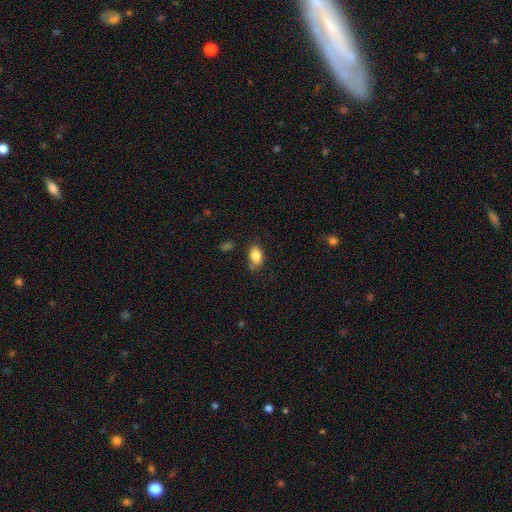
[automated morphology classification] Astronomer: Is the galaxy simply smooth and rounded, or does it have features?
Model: smooth — 85%.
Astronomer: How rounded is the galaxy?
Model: in between — 89%.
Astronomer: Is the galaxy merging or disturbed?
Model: none — 72%.